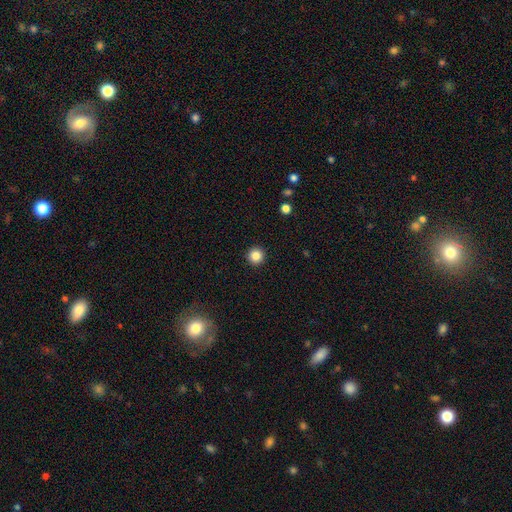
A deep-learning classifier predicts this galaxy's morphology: Overall: smooth (85%). How rounded: round (96%). Merging: none (94%).